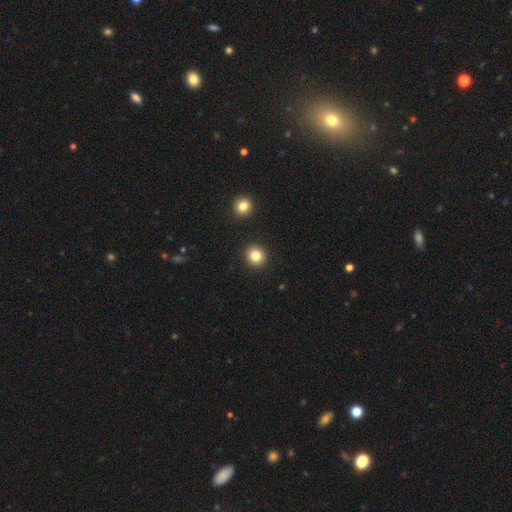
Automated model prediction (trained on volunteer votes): This is clearly a smooth galaxy (83%). How rounded: clearly round (90%). Merging: clearly none (91%).